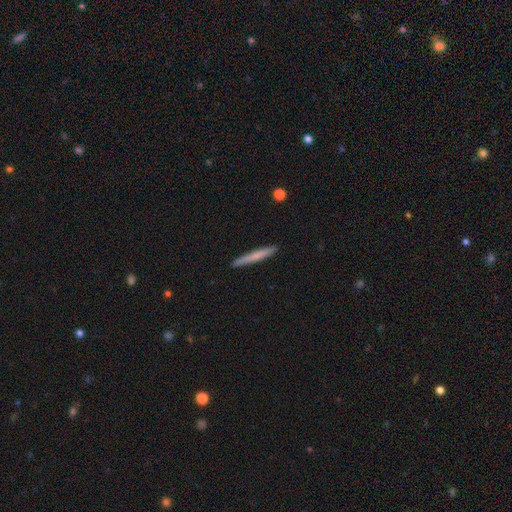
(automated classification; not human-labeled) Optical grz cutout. It shows a smooth galaxy with no disk features (64%) that is cigar-shaped (96%). Merging: none (90%).